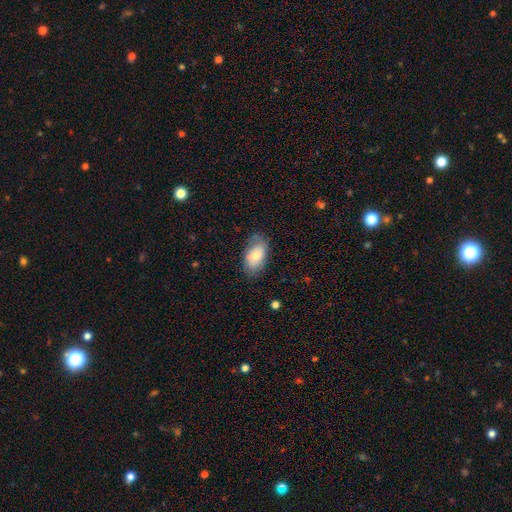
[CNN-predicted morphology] smooth-or-featured: smooth: 72% | featured or disk: 21% | star or artifact: 7%
  how-rounded: in between: 93% | round: 5% | cigar-shaped: 2%
  merging: none: 73% | minor disturbance: 21% | major disturbance: 5% | merger: 1%